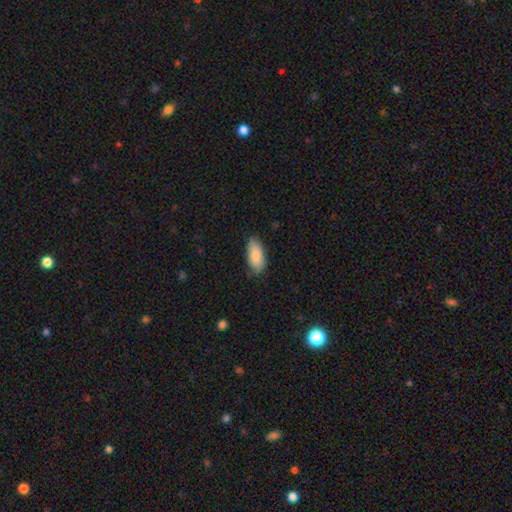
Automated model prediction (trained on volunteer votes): Morphology: type=smooth (84%); roundness=in between (88%); merging=none (81%).